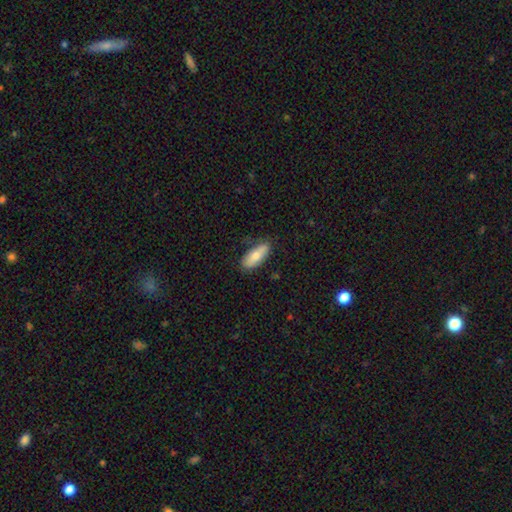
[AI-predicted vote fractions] smooth-or-featured: smooth: 70% | featured or disk: 24% | star or artifact: 6%
  how-rounded: in between: 73% | cigar-shaped: 24% | round: 2%
  merging: none: 79% | minor disturbance: 17% | major disturbance: 3% | merger: 1%